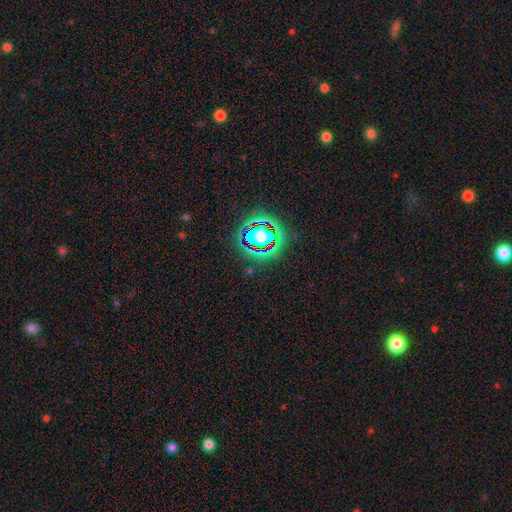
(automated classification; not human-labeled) Smooth or featured? star or artifact (81%)